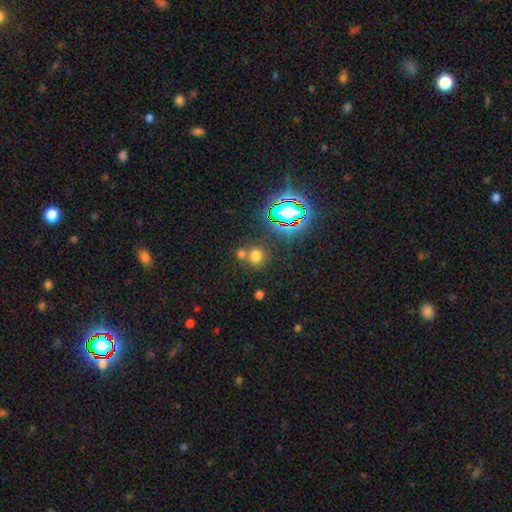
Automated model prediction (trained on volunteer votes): Morphology: type=smooth (65%); roundness=round (85%); merging=none (62%).